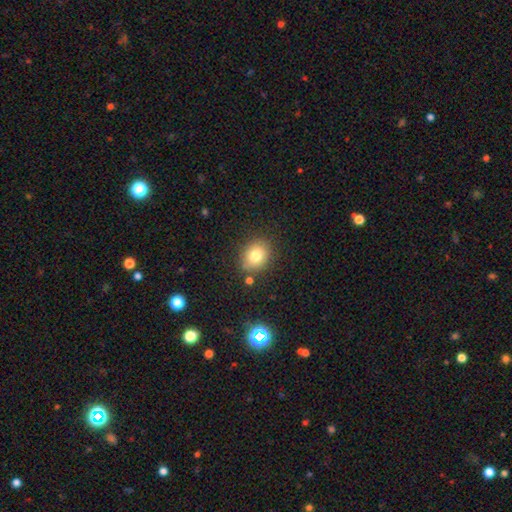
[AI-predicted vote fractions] Q: Smooth or featured?
A: smooth (78%); runner-up: star or artifact (12%)
Q: How rounded?
A: round (60%); runner-up: in between (39%)
Q: Merging?
A: none (81%); runner-up: minor disturbance (12%)